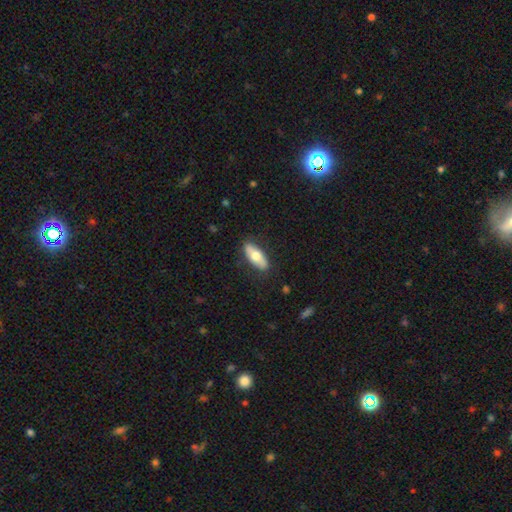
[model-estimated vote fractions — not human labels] A smooth galaxy with no disk features (61%) that is in between round and cigar-shaped (74%).

Vote fractions:
- Smooth or featured? smooth: 61% / featured or disk: 34% / star or artifact: 5%
- How rounded? in between: 74% / cigar-shaped: 23% / round: 3%
- Merging? none: 83% / minor disturbance: 13% / major disturbance: 3% / merger: 1%